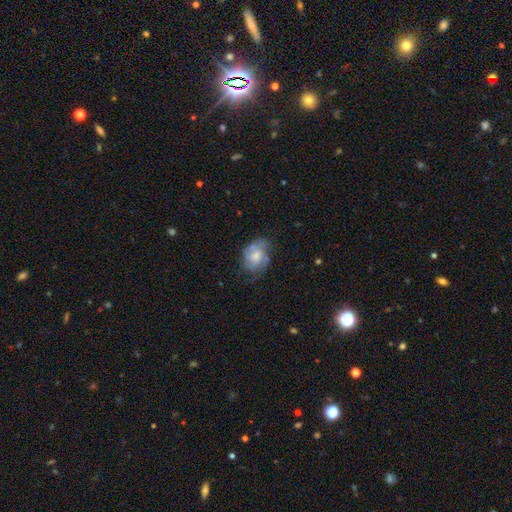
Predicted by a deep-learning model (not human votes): Q: Smooth or featured?
A: featured or disk (51%); runner-up: smooth (41%)
Q: Edge-on disk?
A: no (97%); runner-up: yes (3%)
Q: Merging?
A: none (51%); runner-up: minor disturbance (29%)